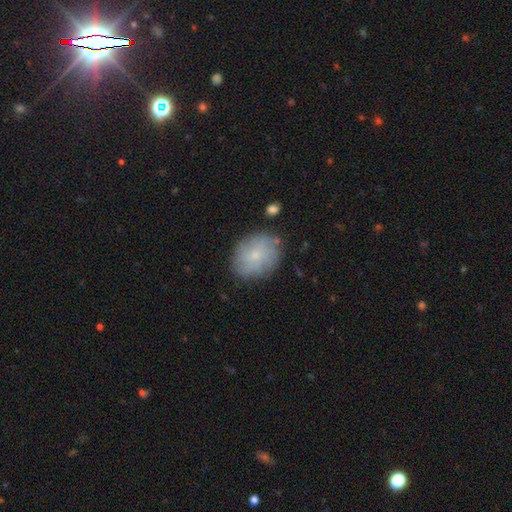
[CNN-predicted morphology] Smooth or featured? smooth (54%)
How rounded? in between (50%)
Merging? none (77%)